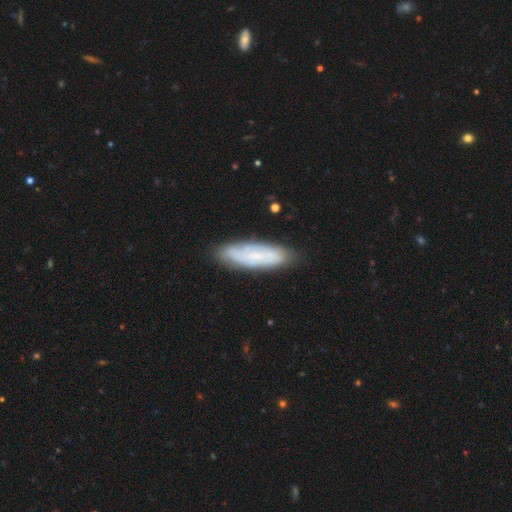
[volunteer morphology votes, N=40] smooth_or_featured: smooth (p=0.47) [alt: featured or disk p=0.45]
how_rounded: in between (p=0.74) [alt: cigar-shaped p=0.21]
merging: none (p=0.81) [alt: minor disturbance p=0.19]